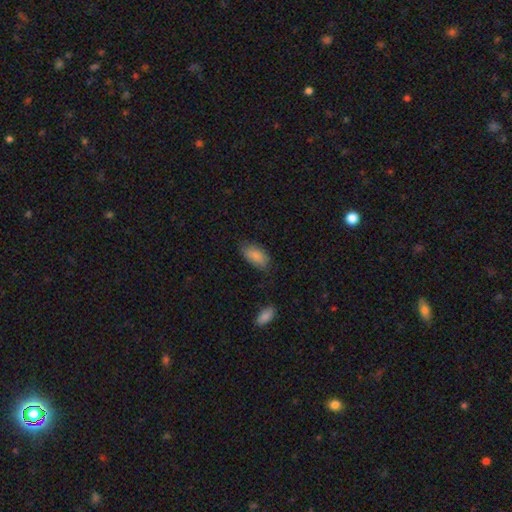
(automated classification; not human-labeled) smooth_or_featured: smooth (p=0.86) [alt: star or artifact p=0.07]
how_rounded: in between (p=0.92) [alt: cigar-shaped p=0.04]
merging: none (p=0.69) [alt: minor disturbance p=0.23]